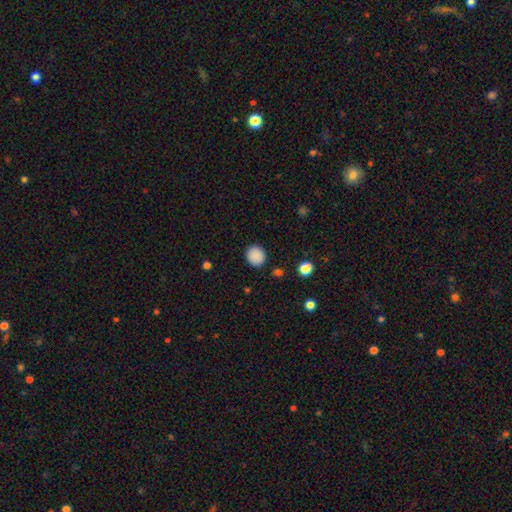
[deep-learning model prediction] Q: Smooth or featured?
A: smooth (88%); runner-up: star or artifact (9%)
Q: How rounded?
A: round (79%); runner-up: in between (20%)
Q: Merging?
A: none (88%); runner-up: minor disturbance (8%)